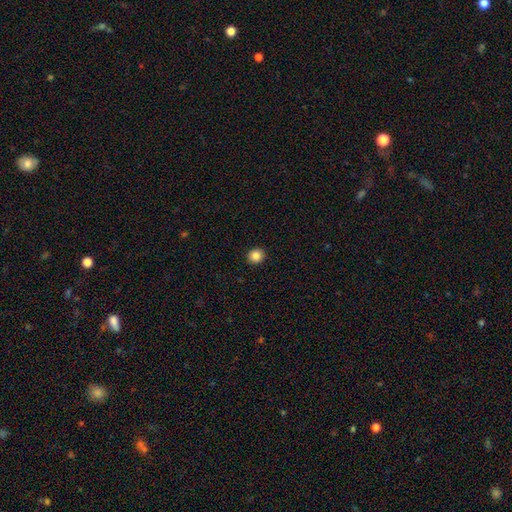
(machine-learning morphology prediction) This is clearly a smooth galaxy (85%). How rounded: clearly round (86%). Merging: clearly none (93%).